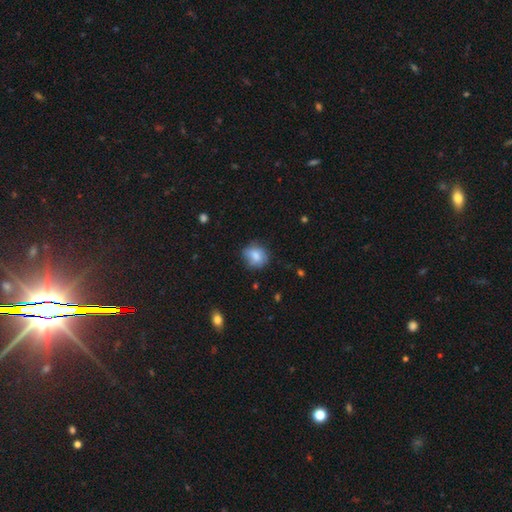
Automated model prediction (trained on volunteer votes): smooth-or-featured: smooth: 77% | featured or disk: 14% | star or artifact: 9%
  how-rounded: round: 71% | in between: 28% | cigar-shaped: 1%
  merging: none: 64% | minor disturbance: 27% | major disturbance: 7% | merger: 2%